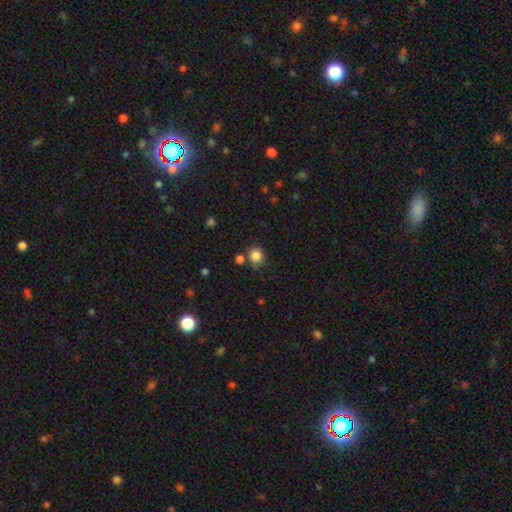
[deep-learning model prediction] This appears to be a smooth galaxy with no disk features (84%) that is round (81%). Merging: none (74%).